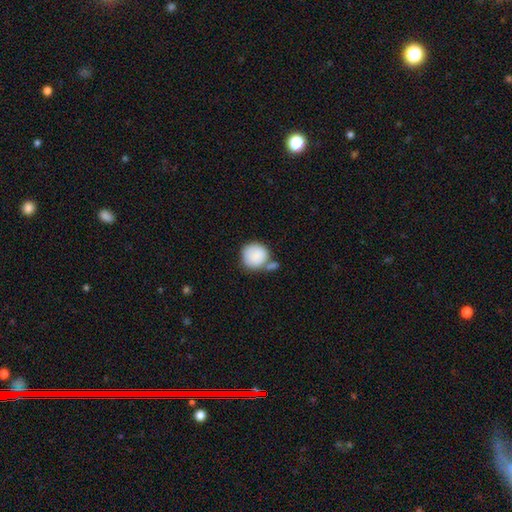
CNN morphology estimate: A smooth galaxy with no disk features (86%) that is round (88%). Merging: none (50%).